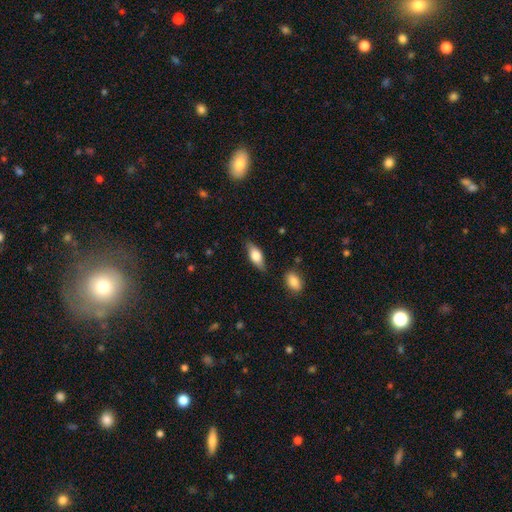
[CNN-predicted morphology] This is likely a smooth galaxy (66%). How rounded: likely in between (76%). Merging: likely none (80%).